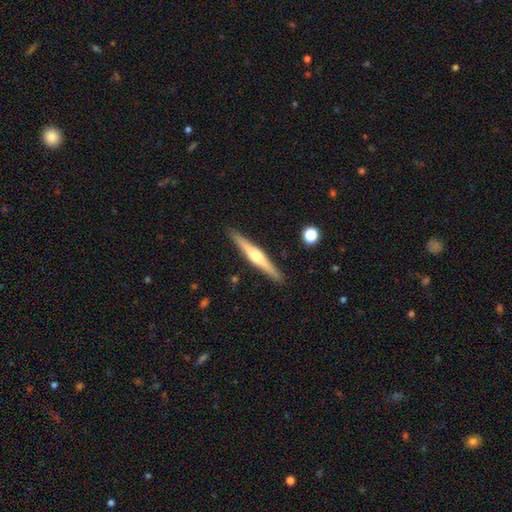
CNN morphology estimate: A featured or disk galaxy (73%) viewed edge-on (98%) with a rounded central bulge (89%). Merging: none (91%).